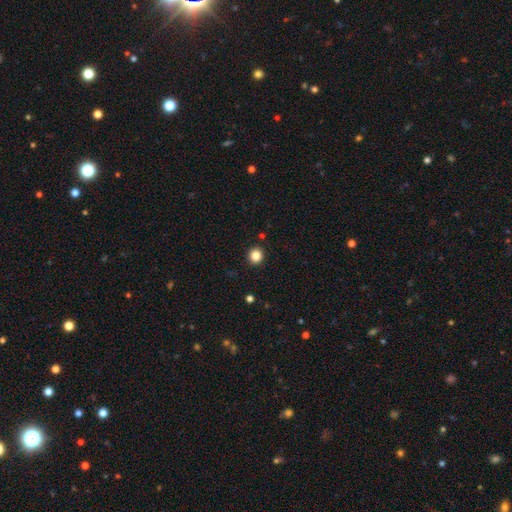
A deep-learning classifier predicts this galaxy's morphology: Smooth or featured?
  - smooth: 85% *
  - star or artifact: 11%
  - featured or disk: 4%
How rounded?
  - round: 91% *
  - in between: 8%
  - cigar-shaped: 1%
Merging?
  - none: 92% *
  - minor disturbance: 5%
  - major disturbance: 2%
  - merger: 1%